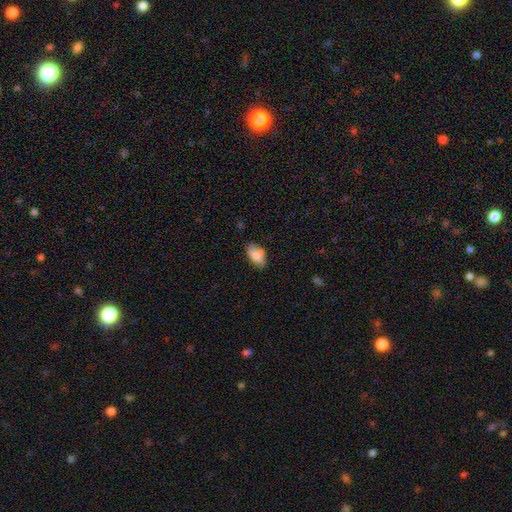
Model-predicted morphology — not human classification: A smooth galaxy with no disk features (75%) that is in between round and cigar-shaped (87%). Merging: none (63%).